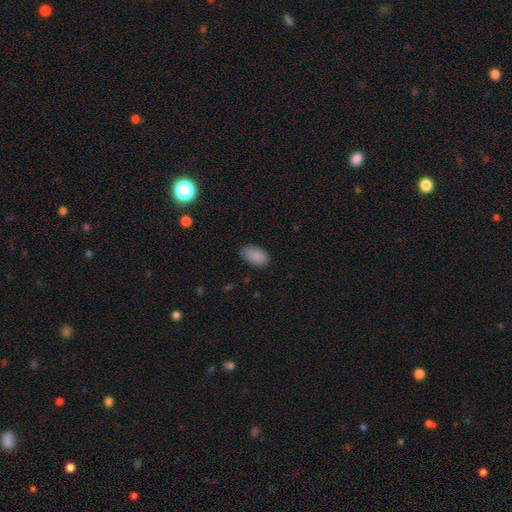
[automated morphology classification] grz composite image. It shows a smooth galaxy with no disk features (88%) that is in between round and cigar-shaped (93%). Merging: none (75%).